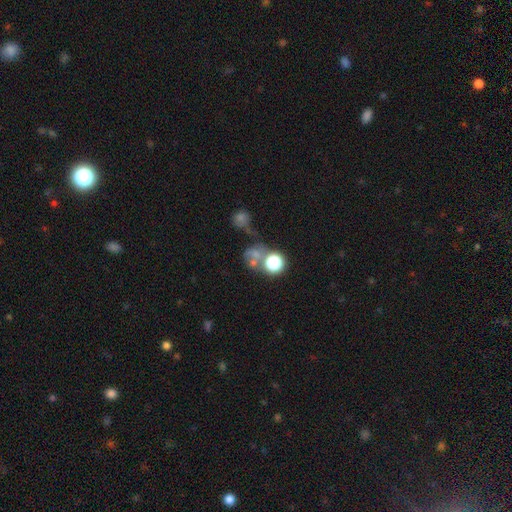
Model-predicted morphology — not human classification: This appears to be a smooth galaxy with no disk features (50%). Merging: none (37%).